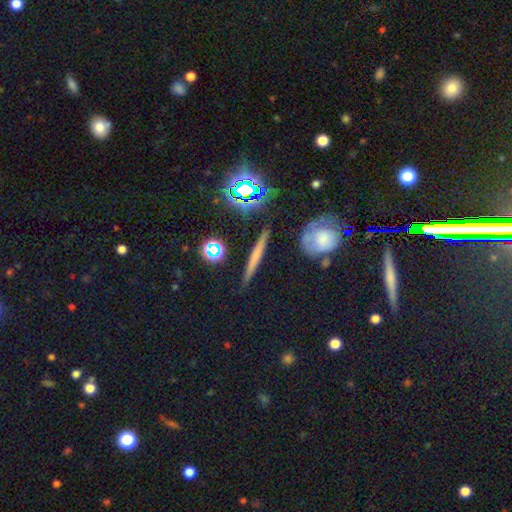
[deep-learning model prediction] Morphology: type=smooth (50%); merging=none (85%).